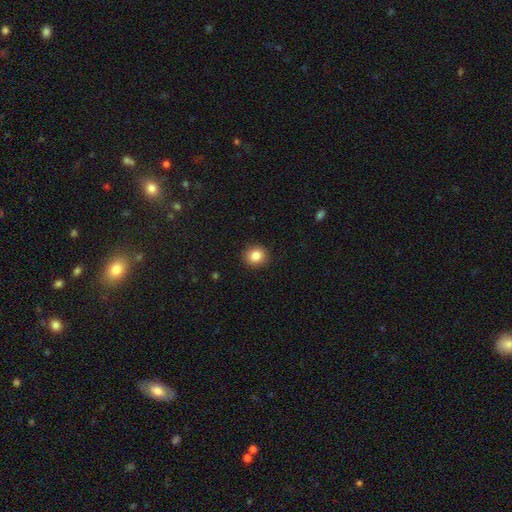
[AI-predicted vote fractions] Smooth or featured? Predicted: smooth (p=0.85). How rounded? Predicted: round (p=0.83). Merging? Predicted: none (p=0.91).